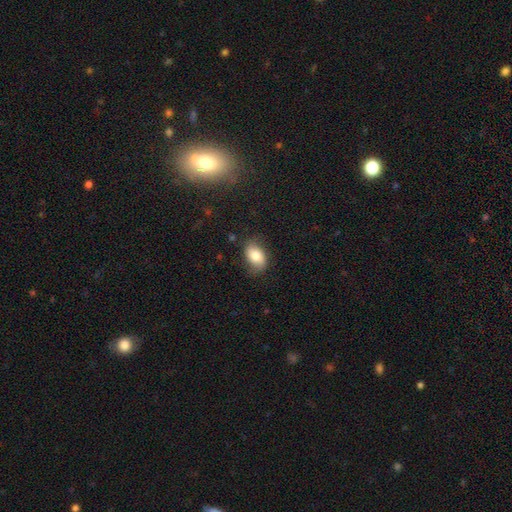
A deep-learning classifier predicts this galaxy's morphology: Smooth or featured: smooth — 73% (featured or disk — 19%)
How rounded: in between — 85% (round — 14%)
Merging: none — 70% (minor disturbance — 22%)